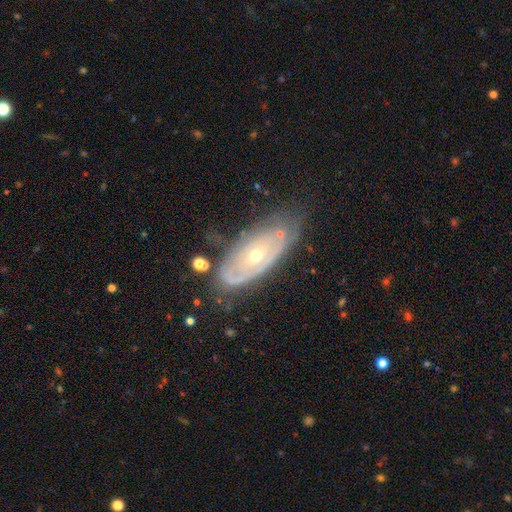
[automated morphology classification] This appears to be a featured or disk galaxy (73%) with no bar (82%), spiral arms (55%) and a small central bulge (50%). Merging: none (62%).